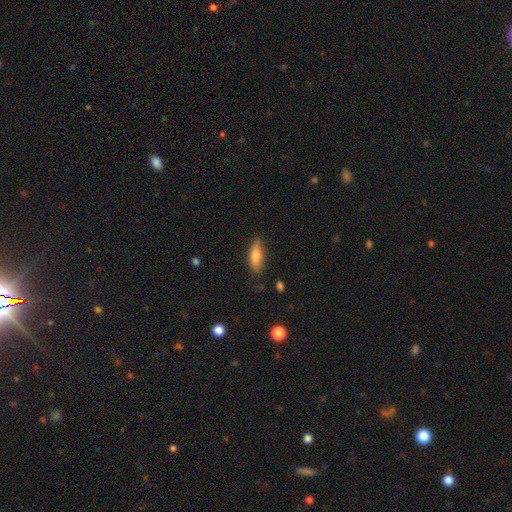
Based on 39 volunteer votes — smooth_or_featured: smooth (p=0.64) [alt: featured or disk p=0.23]
how_rounded: cigar-shaped (p=0.52) [alt: in between p=0.44]
merging: none (p=0.62) [alt: minor disturbance p=0.26]